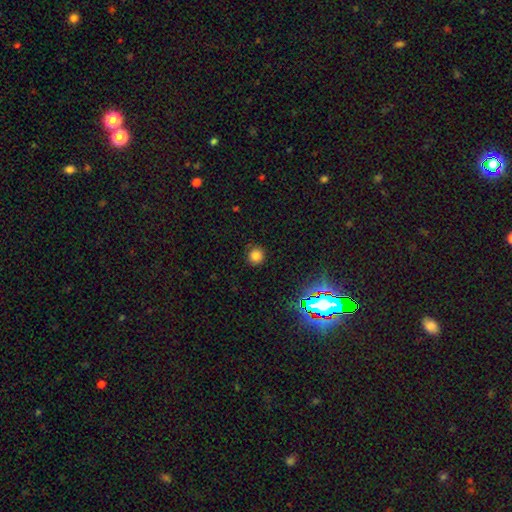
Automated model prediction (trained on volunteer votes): This appears to be a smooth galaxy with no disk features (79%) that is round (93%). Merging: none (89%).